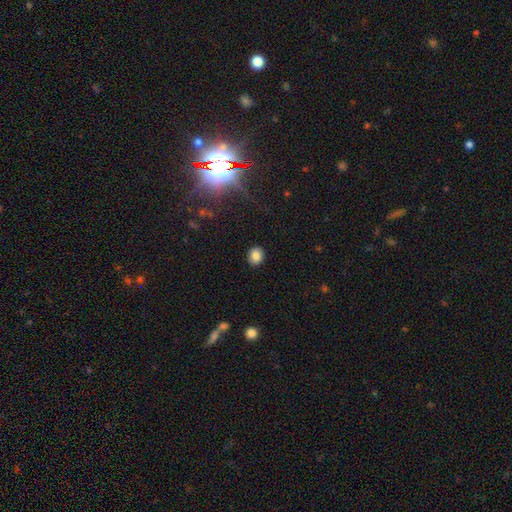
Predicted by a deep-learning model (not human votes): Q: Smooth or featured?
A: smooth (83%); runner-up: star or artifact (10%)
Q: How rounded?
A: round (61%); runner-up: in between (38%)
Q: Merging?
A: none (89%); runner-up: minor disturbance (7%)